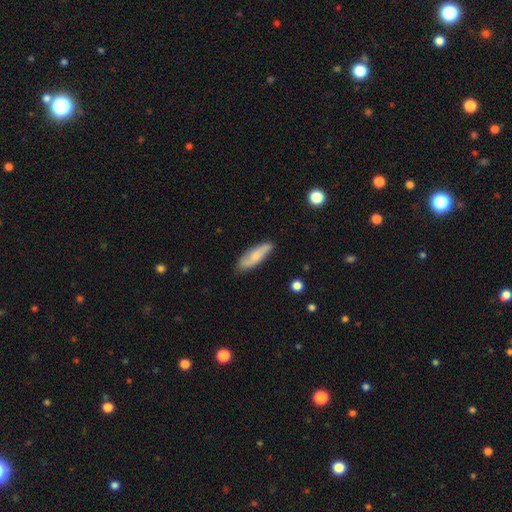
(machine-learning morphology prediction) smooth_or_featured: smooth (p=0.62) [alt: featured or disk p=0.32]
how_rounded: cigar-shaped (p=0.51) [alt: in between p=0.46]
merging: none (p=0.82) [alt: minor disturbance p=0.14]